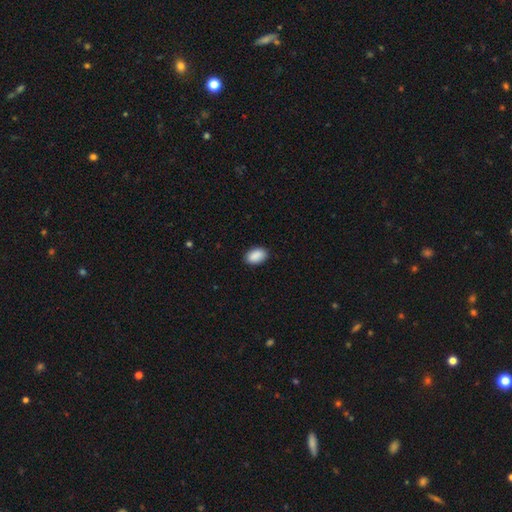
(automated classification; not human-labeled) smooth_or_featured: smooth (p=0.90) [alt: star or artifact p=0.07]
how_rounded: in between (p=0.91) [alt: round p=0.08]
merging: none (p=0.88) [alt: minor disturbance p=0.09]